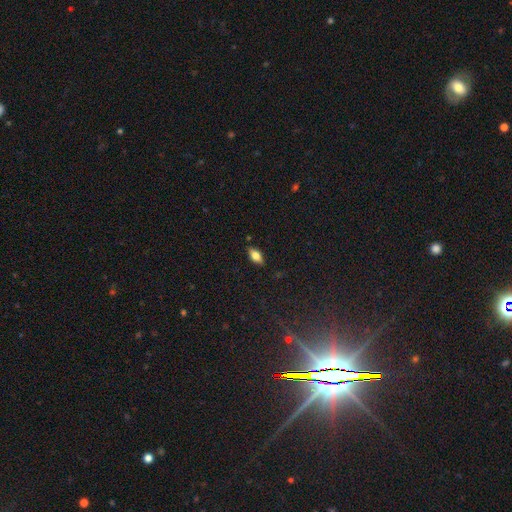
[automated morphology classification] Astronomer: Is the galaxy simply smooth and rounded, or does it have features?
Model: smooth — 61%.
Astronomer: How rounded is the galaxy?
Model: in between — 83%.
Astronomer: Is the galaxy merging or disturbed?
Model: none — 87%.